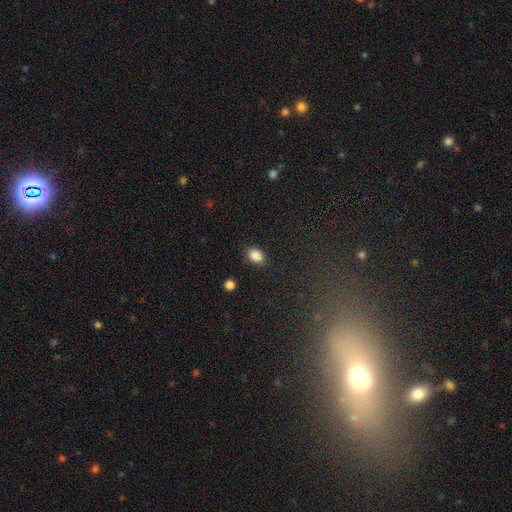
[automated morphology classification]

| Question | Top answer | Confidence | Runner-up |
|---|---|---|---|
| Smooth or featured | smooth | 85% | star or artifact (9%) |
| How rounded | in between | 75% | round (23%) |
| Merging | none | 76% | minor disturbance (17%) |